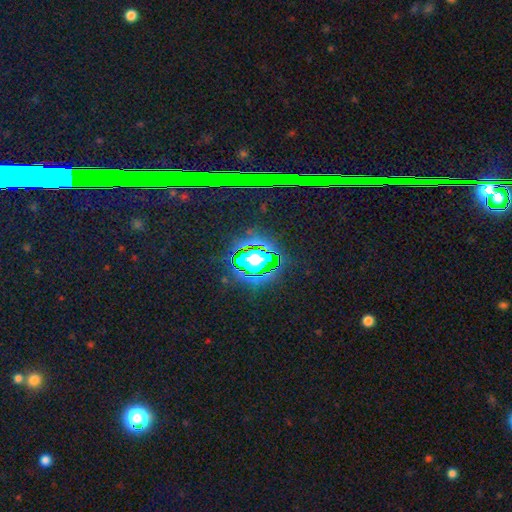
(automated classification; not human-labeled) smooth_or_featured: star or artifact (p=0.59) [alt: smooth p=0.24]